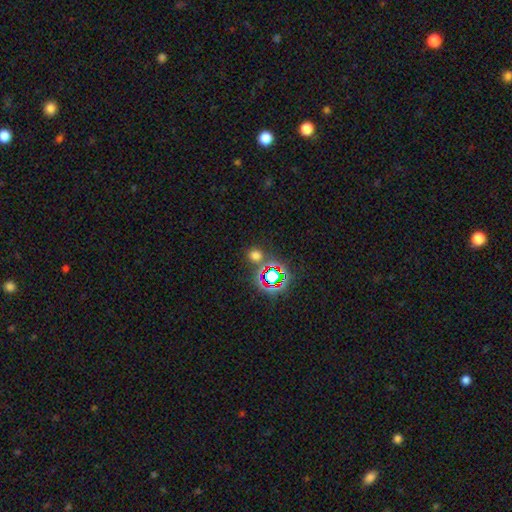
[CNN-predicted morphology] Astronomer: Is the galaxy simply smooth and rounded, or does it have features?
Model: smooth — 58% (runner-up: star or artifact, 35%).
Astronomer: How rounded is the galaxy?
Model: round — 83%.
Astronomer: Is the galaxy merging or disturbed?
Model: none — 75%.